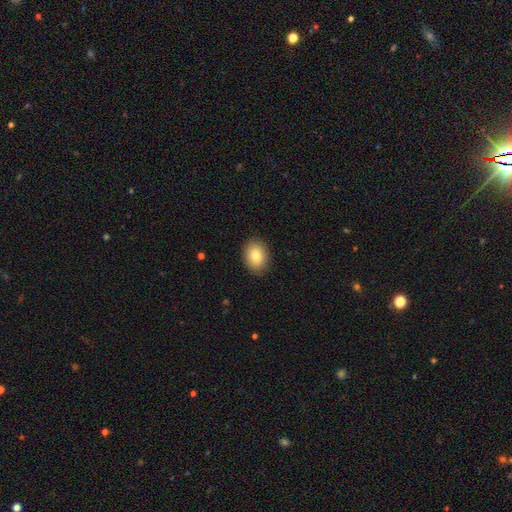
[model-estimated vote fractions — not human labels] A smooth galaxy with no disk features (82%) that is in between round and cigar-shaped (66%). Merging: none (89%).